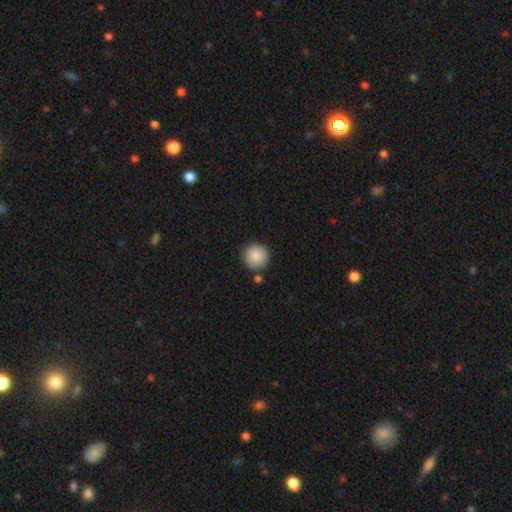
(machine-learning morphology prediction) The model was most divided on "merging": none: 81%, minor disturbance: 10%, merger: 7%, major disturbance: 3%. More confident: how rounded — round (95%); smooth or featured — smooth (88%).